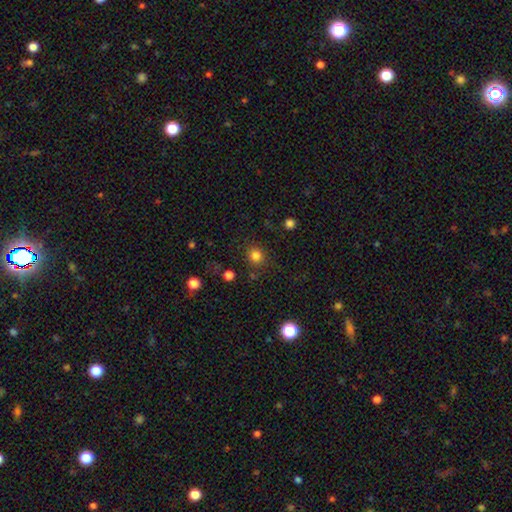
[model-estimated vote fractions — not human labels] Smooth or featured?
  - smooth: 81% *
  - star or artifact: 14%
  - featured or disk: 5%
How rounded?
  - round: 88% *
  - in between: 11%
  - cigar-shaped: 1%
Merging?
  - none: 84% *
  - minor disturbance: 9%
  - major disturbance: 4%
  - merger: 3%